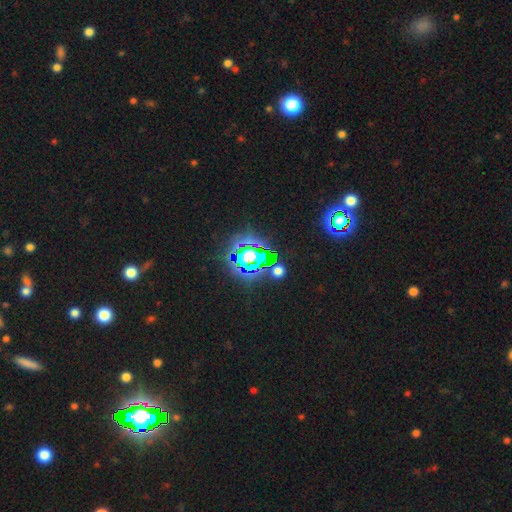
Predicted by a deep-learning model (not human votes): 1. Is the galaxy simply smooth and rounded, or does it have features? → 57% star or artifact, 22% smooth, 20% featured or disk.